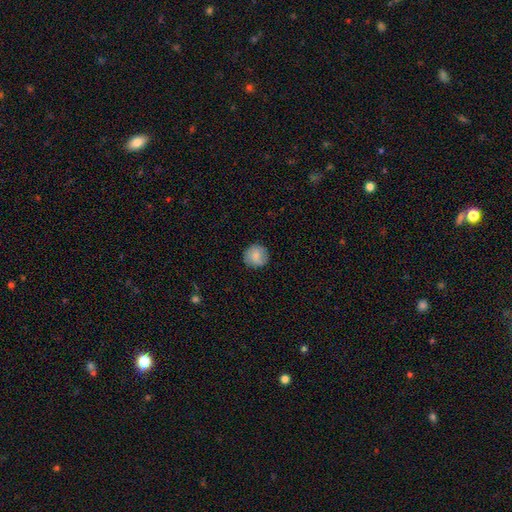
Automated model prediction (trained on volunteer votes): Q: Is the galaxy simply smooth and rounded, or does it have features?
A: smooth — 77%.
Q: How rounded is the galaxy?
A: round — 91%.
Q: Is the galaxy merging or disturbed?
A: none — 85%.